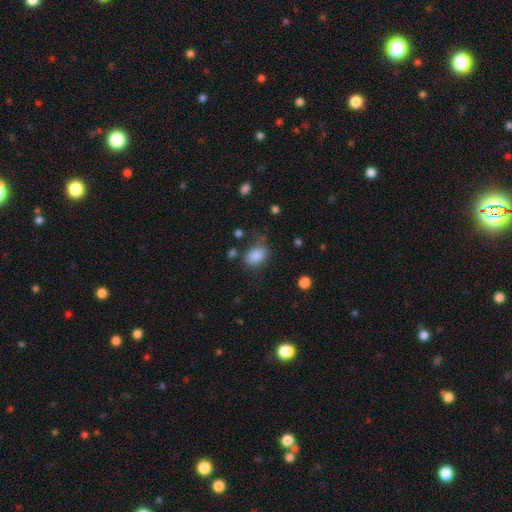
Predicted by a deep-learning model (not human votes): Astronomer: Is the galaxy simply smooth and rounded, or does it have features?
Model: smooth — 85%.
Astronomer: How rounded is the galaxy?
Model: in between — 68%.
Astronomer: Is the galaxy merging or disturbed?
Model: none — 57%.